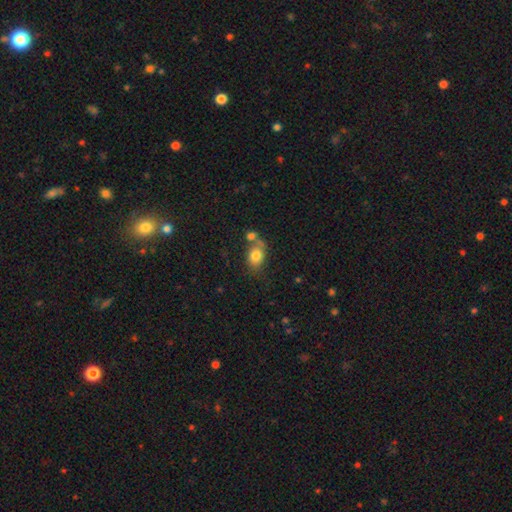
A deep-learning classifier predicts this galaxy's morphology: Q: Smooth or featured?
A: smooth (80%); runner-up: featured or disk (11%)
Q: How rounded?
A: in between (63%); runner-up: round (36%)
Q: Merging?
A: none (48%); runner-up: merger (30%)